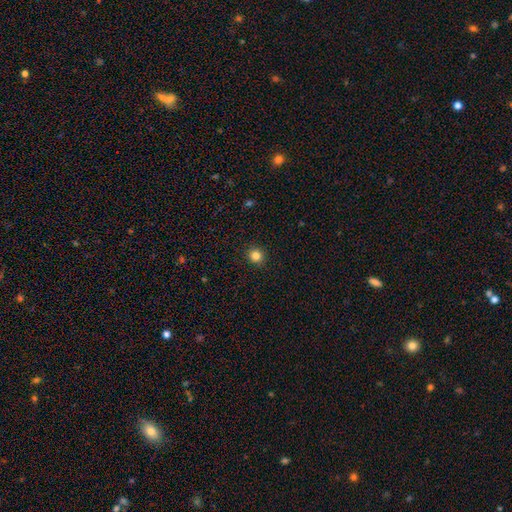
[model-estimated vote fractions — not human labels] Q: Smooth or featured?
A: smooth (84%); runner-up: star or artifact (12%)
Q: How rounded?
A: round (92%); runner-up: in between (8%)
Q: Merging?
A: none (92%); runner-up: minor disturbance (5%)